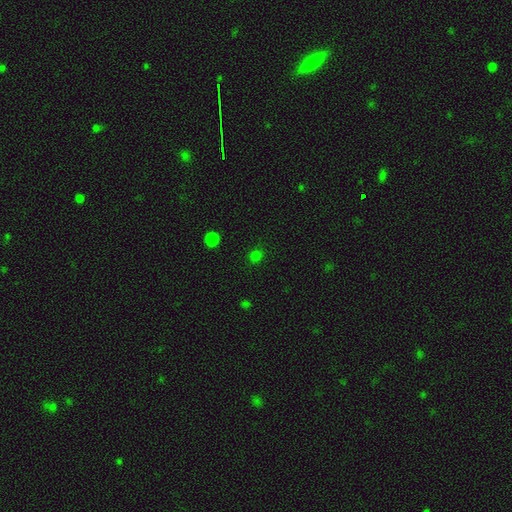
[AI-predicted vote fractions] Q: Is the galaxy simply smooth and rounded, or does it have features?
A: smooth — 71%.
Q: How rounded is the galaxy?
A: round — 83%.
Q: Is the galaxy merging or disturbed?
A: none — 87%.